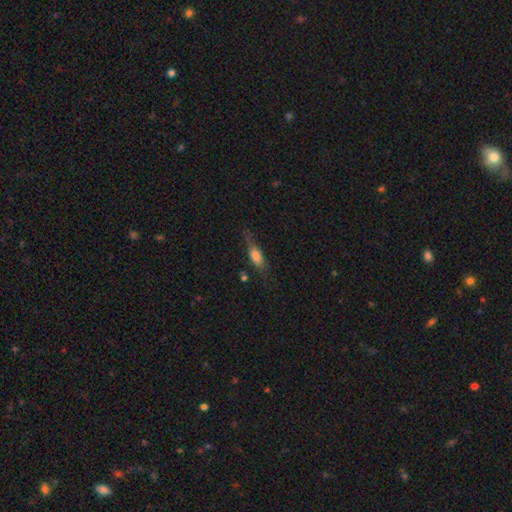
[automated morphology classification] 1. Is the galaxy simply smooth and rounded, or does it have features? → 67% smooth, 24% featured or disk, 9% star or artifact.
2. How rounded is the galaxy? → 58% in between, 38% cigar-shaped, 4% round.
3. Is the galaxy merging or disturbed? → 56% none, 28% minor disturbance, 13% major disturbance, 3% merger.